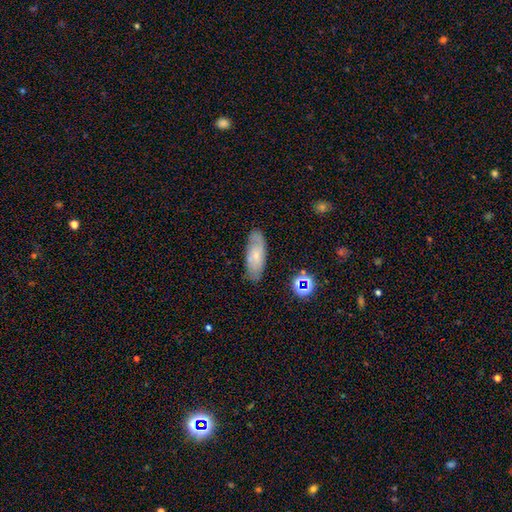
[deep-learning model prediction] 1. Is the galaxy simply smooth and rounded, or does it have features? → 52% smooth, 39% featured or disk, 9% star or artifact.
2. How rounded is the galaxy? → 72% in between, 26% cigar-shaped, 3% round.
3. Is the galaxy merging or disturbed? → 79% none, 16% minor disturbance, 4% major disturbance, 2% merger.